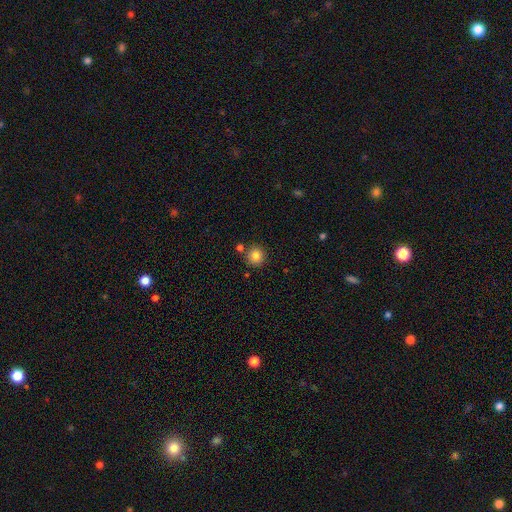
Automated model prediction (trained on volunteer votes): Overall: smooth (84%). How rounded: round (93%). Merging: none (82%).